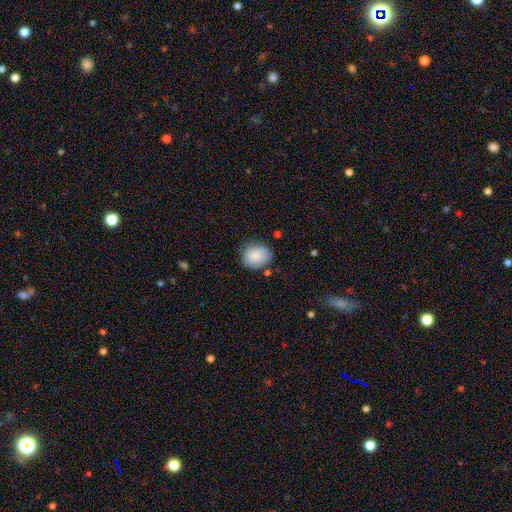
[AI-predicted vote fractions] This is clearly a smooth galaxy (86%). How rounded: likely round (63%). Merging: likely none (76%).